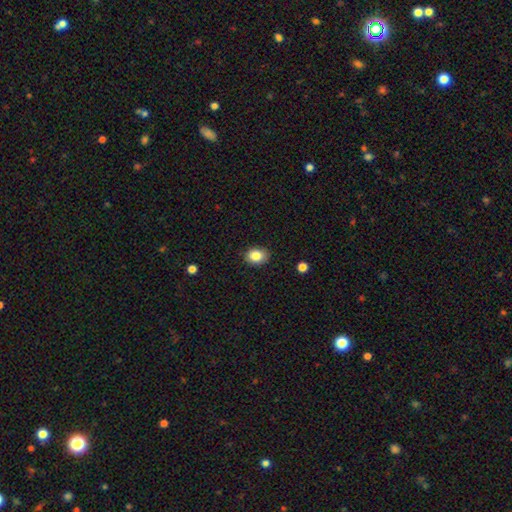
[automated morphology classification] type=smooth (85%); roundness=in between (56%); merging=none (87%).